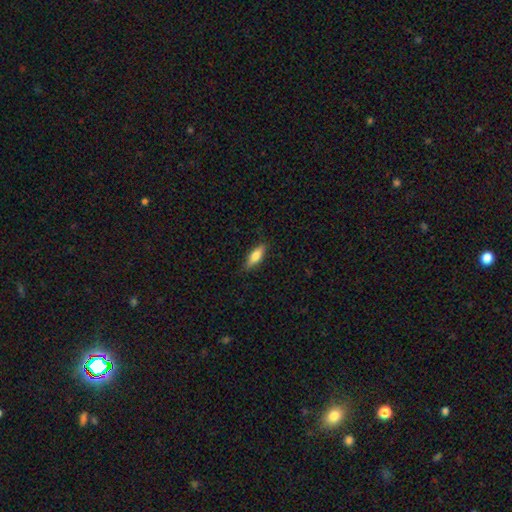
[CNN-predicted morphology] Overall: smooth (75%). How rounded: in between (57%; cigar-shaped 41%). Merging: none (84%).